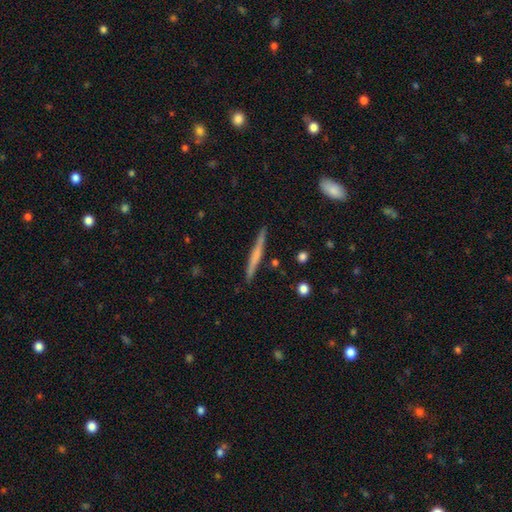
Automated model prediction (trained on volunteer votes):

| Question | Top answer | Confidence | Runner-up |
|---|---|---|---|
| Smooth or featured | featured or disk | 48% | smooth (46%) |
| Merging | none | 89% | minor disturbance (8%) |